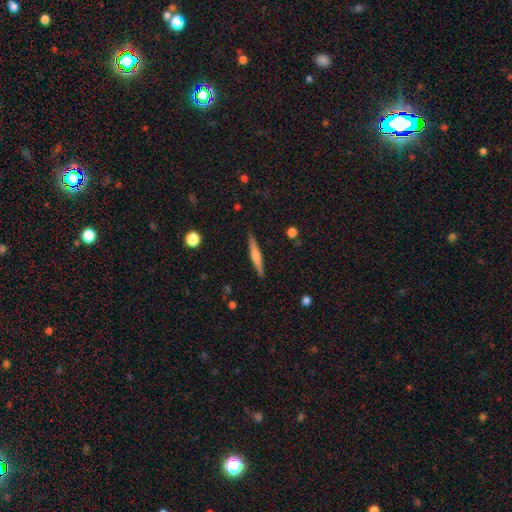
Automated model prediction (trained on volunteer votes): Smooth or featured? Predicted: featured or disk (p=0.57). Edge-on disk? Predicted: yes (p=0.98). Edge-on bulge? Predicted: rounded (p=0.76). Merging? Predicted: none (p=0.91).